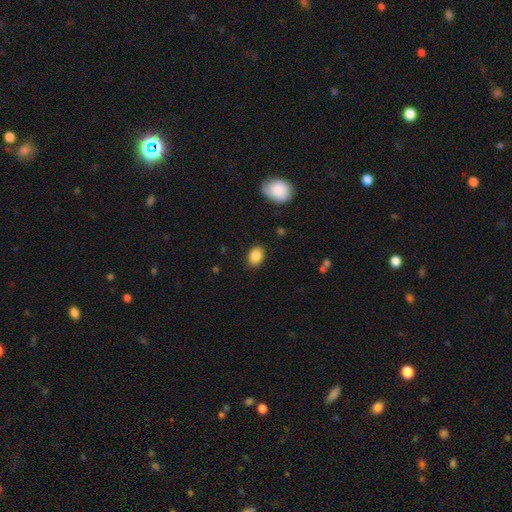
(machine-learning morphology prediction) Smooth or featured: smooth — 87% (star or artifact — 8%)
How rounded: in between — 76% (round — 22%)
Merging: none — 87% (minor disturbance — 10%)